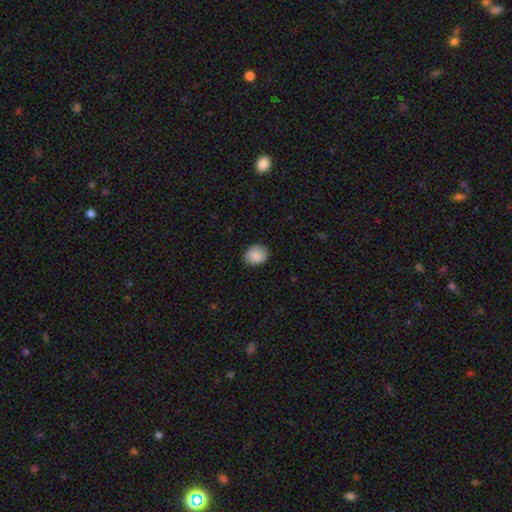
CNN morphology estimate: A smooth galaxy with no disk features (88%) that is round (54%). Merging: none (83%).